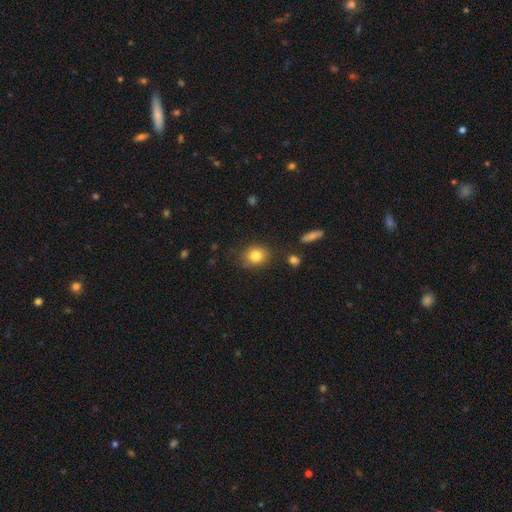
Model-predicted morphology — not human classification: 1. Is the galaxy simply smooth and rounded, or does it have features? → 82% smooth, 10% star or artifact, 8% featured or disk.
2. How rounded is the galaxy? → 71% round, 27% in between, 1% cigar-shaped.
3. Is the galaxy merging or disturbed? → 81% none, 13% minor disturbance, 3% major disturbance, 3% merger.